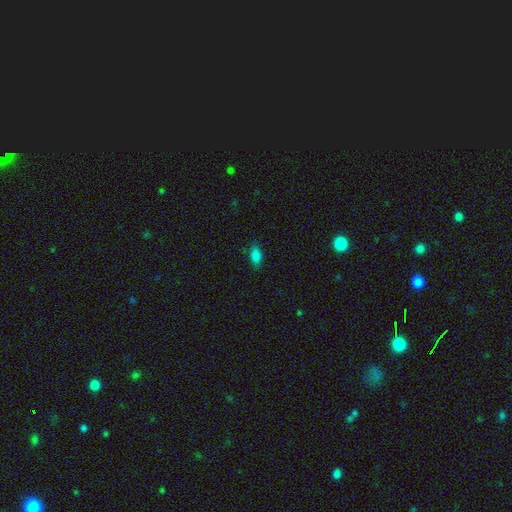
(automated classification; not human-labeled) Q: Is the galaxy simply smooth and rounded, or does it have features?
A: smooth — 82%.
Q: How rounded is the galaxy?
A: in between — 87%.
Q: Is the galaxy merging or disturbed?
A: none — 83%.